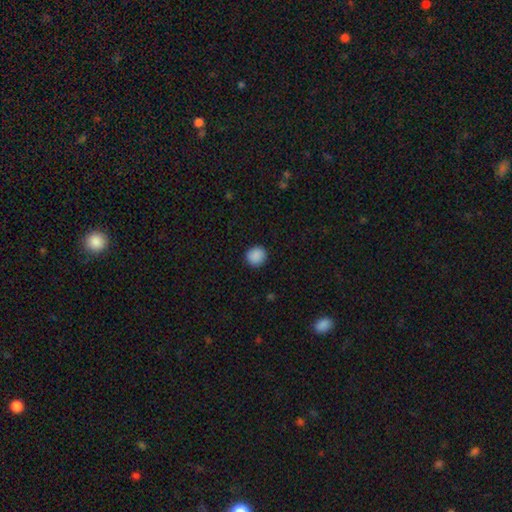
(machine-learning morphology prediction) Overall: smooth (89%). How rounded: round (89%). Merging: none (91%).